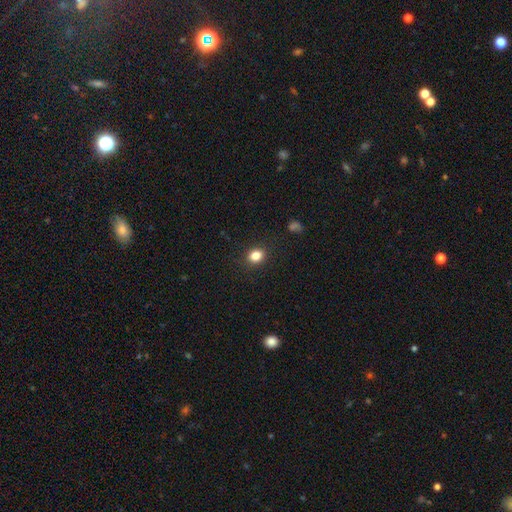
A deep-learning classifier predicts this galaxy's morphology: This is clearly a smooth galaxy (84%). How rounded: possibly in between (52%). Merging: clearly none (88%).